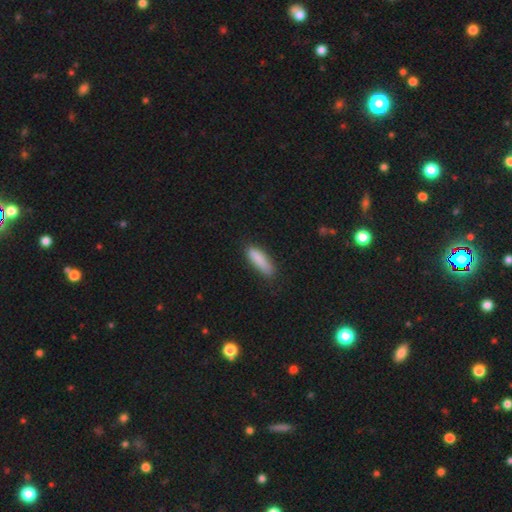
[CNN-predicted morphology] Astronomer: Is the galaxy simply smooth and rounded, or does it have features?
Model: smooth — 86%.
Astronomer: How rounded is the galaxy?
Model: cigar-shaped — 65%.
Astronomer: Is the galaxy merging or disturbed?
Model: none — 79%.